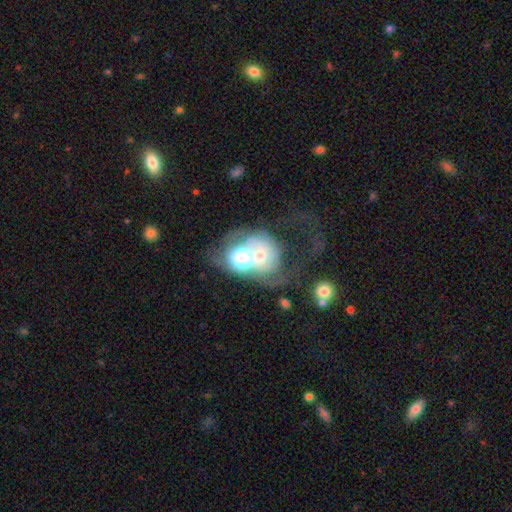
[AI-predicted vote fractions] A featured or disk galaxy (52%) with no bar (81%), no spiral arms (59%) and a moderate central bulge (46%). Merging: merger (71%).